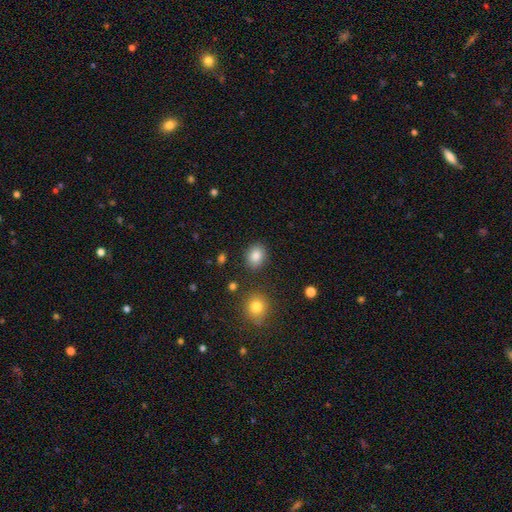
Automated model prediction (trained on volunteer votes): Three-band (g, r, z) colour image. It shows a smooth galaxy with no disk features (85%) that is round (51%). Merging: none (85%).